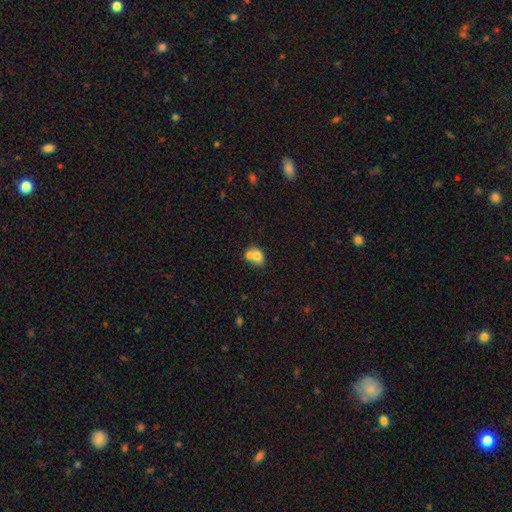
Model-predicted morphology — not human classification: A smooth galaxy with no disk features (72%) that is in between round and cigar-shaped (57%).

Vote fractions:
- Smooth or featured? smooth: 72% / featured or disk: 19% / star or artifact: 9%
- How rounded? in between: 57% / round: 42% / cigar-shaped: 1%
- Merging? merger: 58% / none: 29% / minor disturbance: 9% / major disturbance: 4%